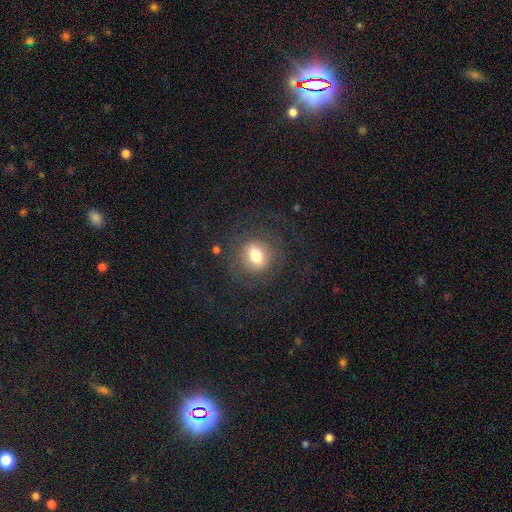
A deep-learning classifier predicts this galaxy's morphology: Smooth or featured? smooth (56%)
How rounded? round (71%)
Merging? none (73%)